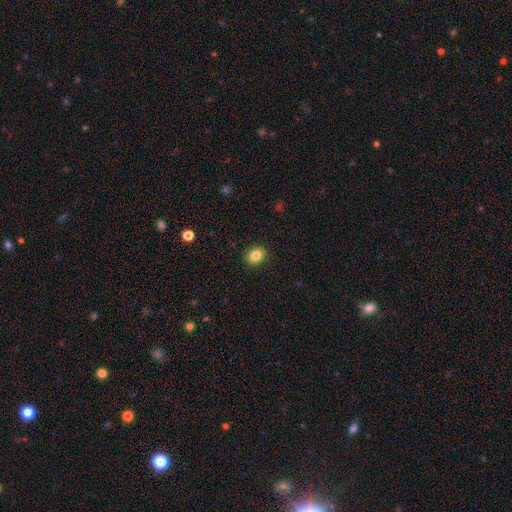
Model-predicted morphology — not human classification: smooth 84%, star or artifact 10%, featured or disk 6%. Down the decision tree: how rounded — in between (52%); merging — none (89%).